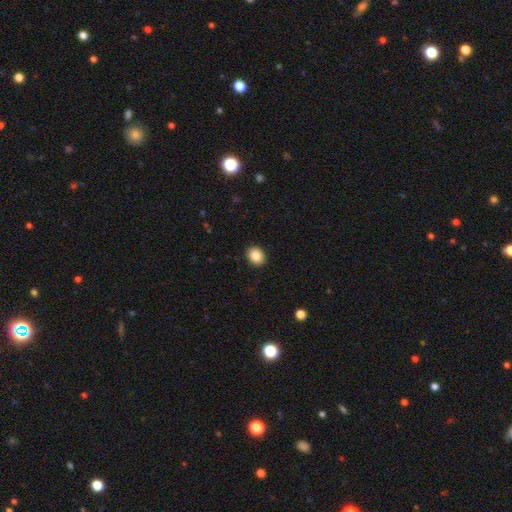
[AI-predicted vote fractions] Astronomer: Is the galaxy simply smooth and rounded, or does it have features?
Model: smooth — 86%.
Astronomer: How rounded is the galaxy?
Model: round — 54% (runner-up: in between, 45%).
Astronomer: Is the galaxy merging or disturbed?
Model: none — 92%.